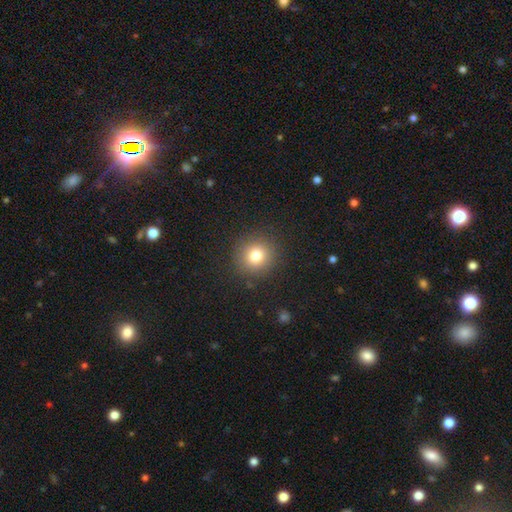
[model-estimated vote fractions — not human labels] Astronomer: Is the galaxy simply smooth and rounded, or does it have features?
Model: smooth — 79%.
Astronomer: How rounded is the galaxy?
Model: round — 92%.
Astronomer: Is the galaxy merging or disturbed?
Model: none — 90%.